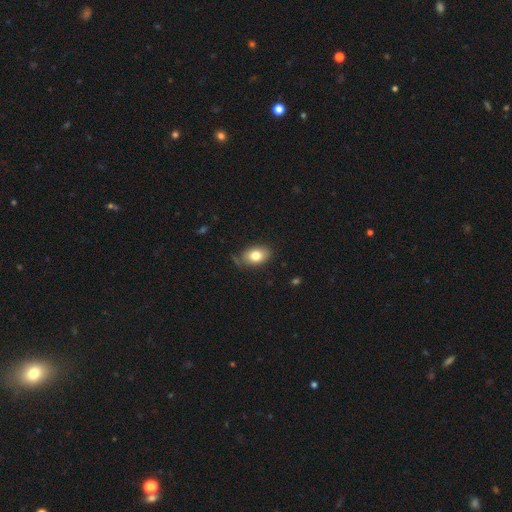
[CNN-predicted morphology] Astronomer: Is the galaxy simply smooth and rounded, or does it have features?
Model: smooth — 80%.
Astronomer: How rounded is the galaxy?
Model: in between — 85%.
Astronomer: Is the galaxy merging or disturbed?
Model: none — 76%.